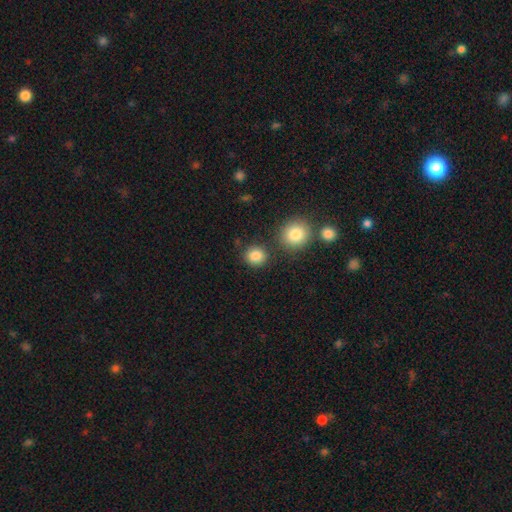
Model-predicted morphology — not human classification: A smooth galaxy with no disk features (85%) that is round (84%). Merging: none (82%).